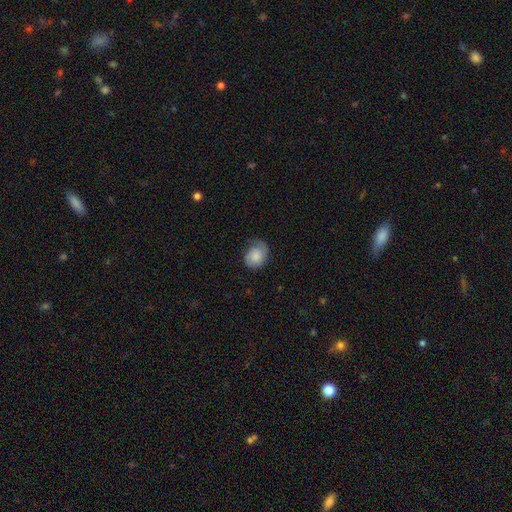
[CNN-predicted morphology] Smooth or featured: smooth — 62% (featured or disk — 30%)
How rounded: round — 50% (in between — 49%)
Merging: none — 53% (minor disturbance — 31%)